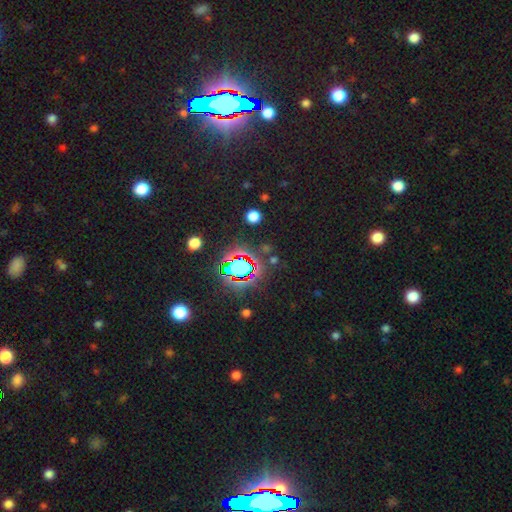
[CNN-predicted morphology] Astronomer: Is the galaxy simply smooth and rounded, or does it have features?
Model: star or artifact — 84%.